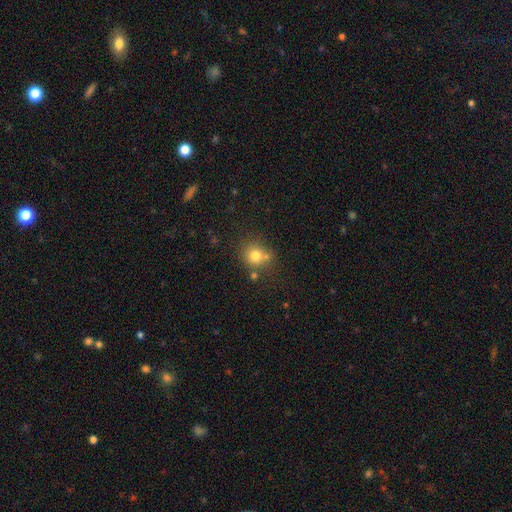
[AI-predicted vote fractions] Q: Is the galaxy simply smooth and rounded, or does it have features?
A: smooth — 77%.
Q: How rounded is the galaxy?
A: round — 84%.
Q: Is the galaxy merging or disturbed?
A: none — 65%.